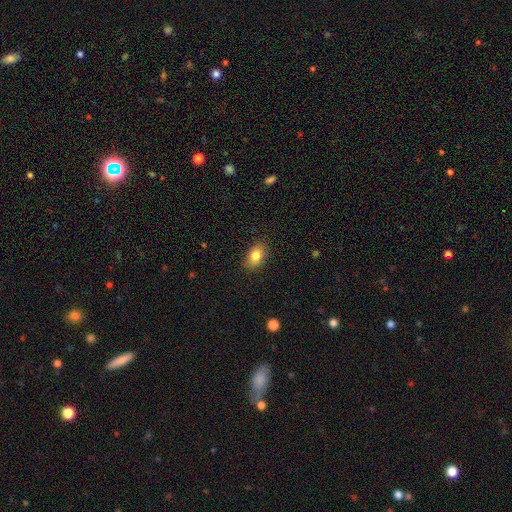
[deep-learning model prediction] This appears to be a smooth galaxy with no disk features (83%) that is in between round and cigar-shaped (84%). Merging: none (86%).